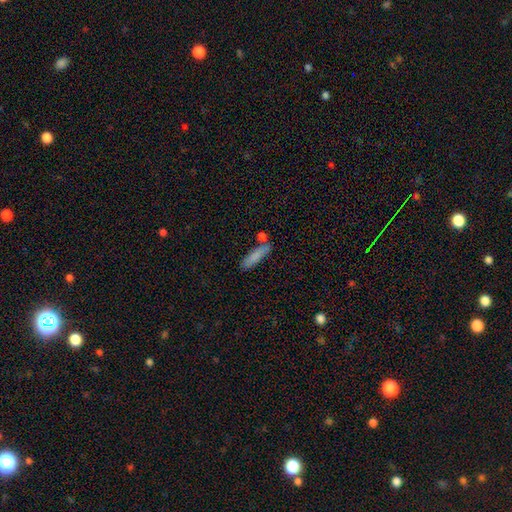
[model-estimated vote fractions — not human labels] The model was most divided on "merging": none: 65%, minor disturbance: 16%, merger: 14%, major disturbance: 5%. More confident: smooth or featured — smooth (80%); how rounded — cigar-shaped (75%).